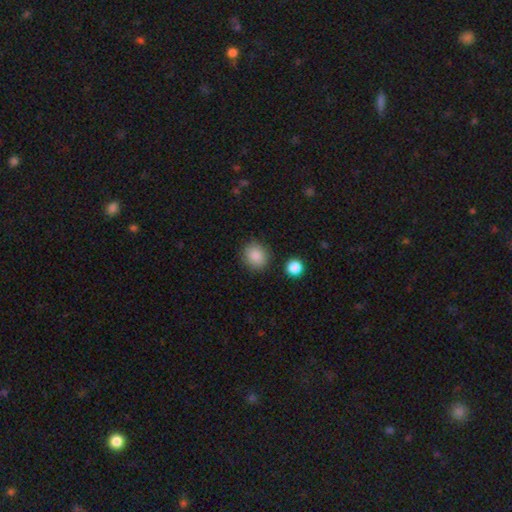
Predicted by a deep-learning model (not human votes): A smooth galaxy with no disk features (88%) that is round (77%). Merging: none (86%).